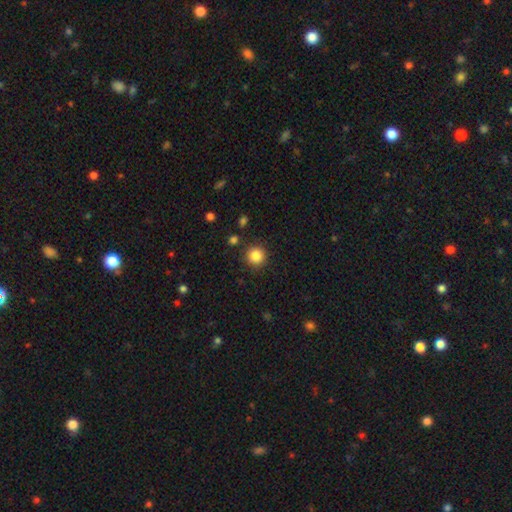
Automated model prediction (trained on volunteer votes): Smooth or featured: smooth — 86% (star or artifact — 10%)
How rounded: round — 94% (in between — 5%)
Merging: none — 88% (minor disturbance — 7%)